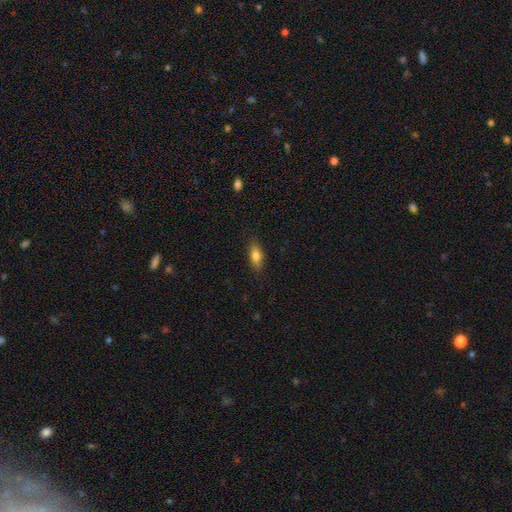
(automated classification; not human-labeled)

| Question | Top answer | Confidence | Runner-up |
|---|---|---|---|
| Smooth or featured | smooth | 77% | featured or disk (16%) |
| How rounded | in between | 73% | cigar-shaped (23%) |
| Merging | none | 84% | minor disturbance (12%) |